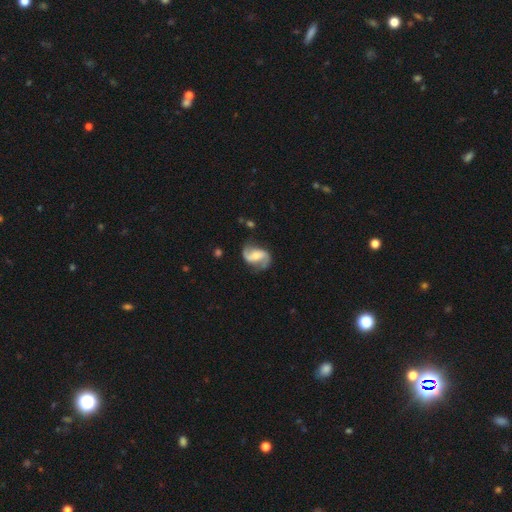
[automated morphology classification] smooth-or-featured: featured or disk: 83% | smooth: 11% | star or artifact: 6%
  disk-edge-on: no: 97% | yes: 3%
    bar: weak: 40% | no: 33% | strong: 27%
    has-spiral-arms: yes: 95% | no: 5%
      spiral-winding: loose: 54% | medium: 36% | tight: 11%
      spiral-arm-count: 2: 92% | can't tell: 3% | 1: 3% | 3: 1% | 4: 1% | more than 4: 1%
    bulge-size: small: 44% | moderate: 43% | none: 7% | large: 5% | dominant: 1%
  merging: none: 72% | minor disturbance: 18% | major disturbance: 8% | merger: 2%